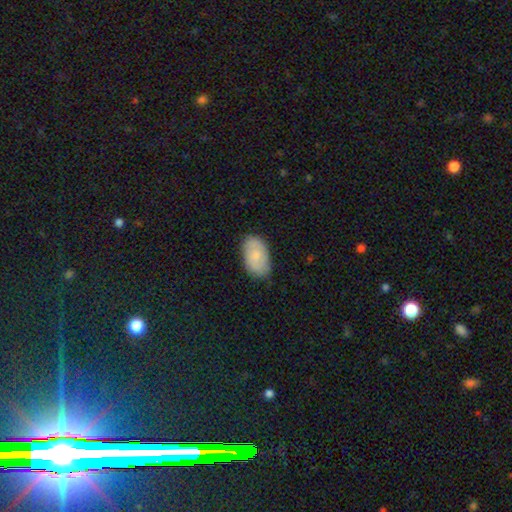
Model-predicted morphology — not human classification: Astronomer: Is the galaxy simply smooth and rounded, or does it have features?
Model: smooth — 76%.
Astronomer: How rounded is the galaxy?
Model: in between — 93%.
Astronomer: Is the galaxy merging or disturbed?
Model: none — 77%.